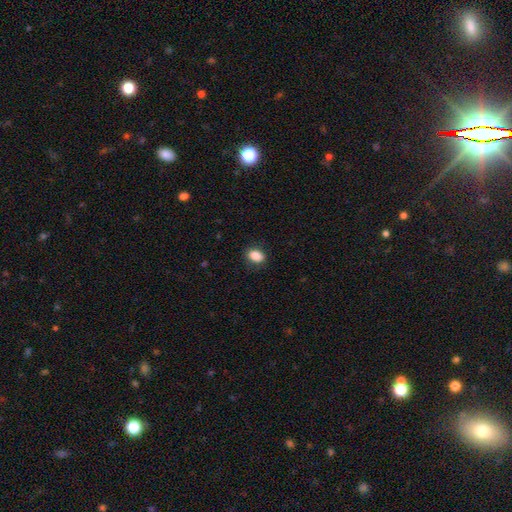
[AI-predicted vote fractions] Q: Smooth or featured?
A: smooth (88%); runner-up: star or artifact (8%)
Q: How rounded?
A: in between (80%); runner-up: round (18%)
Q: Merging?
A: none (84%); runner-up: minor disturbance (12%)